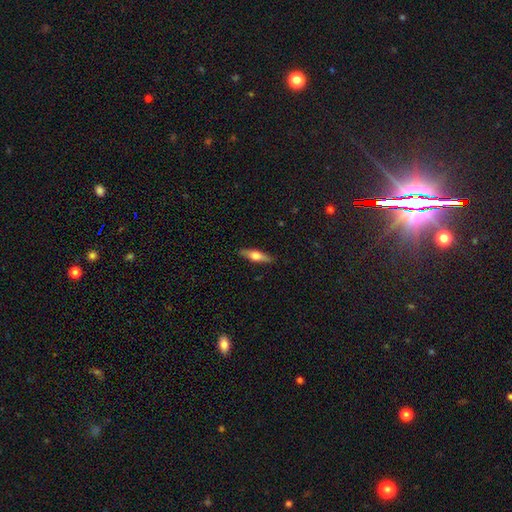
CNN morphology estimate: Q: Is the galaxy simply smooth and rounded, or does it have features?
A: smooth — 48%.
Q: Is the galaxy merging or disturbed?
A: none — 89%.